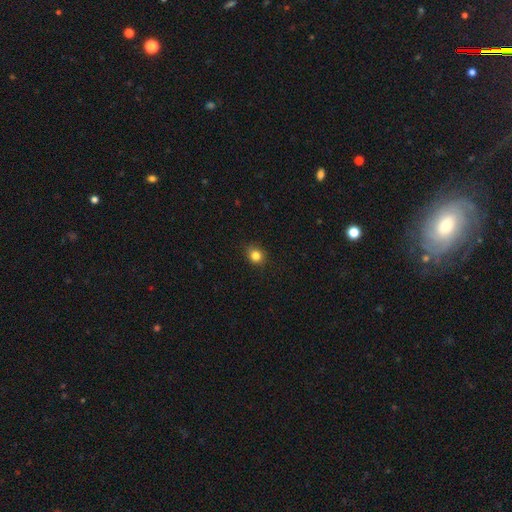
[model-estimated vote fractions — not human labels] Smooth or featured? smooth (83%)
How rounded? round (79%)
Merging? none (85%)